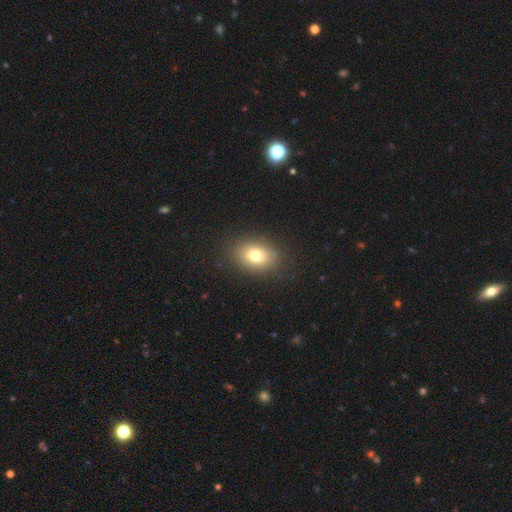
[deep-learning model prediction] Overall: smooth (77%). How rounded: in between (72%). Merging: none (86%).